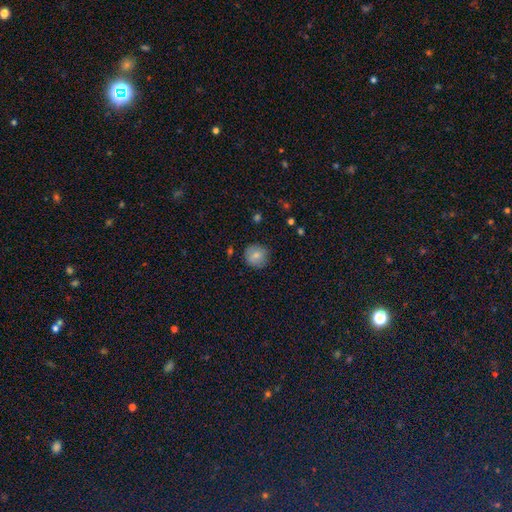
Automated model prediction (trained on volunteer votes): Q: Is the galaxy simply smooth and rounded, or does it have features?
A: smooth — 80%.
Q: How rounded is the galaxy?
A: round — 92%.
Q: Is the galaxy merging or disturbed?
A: none — 85%.